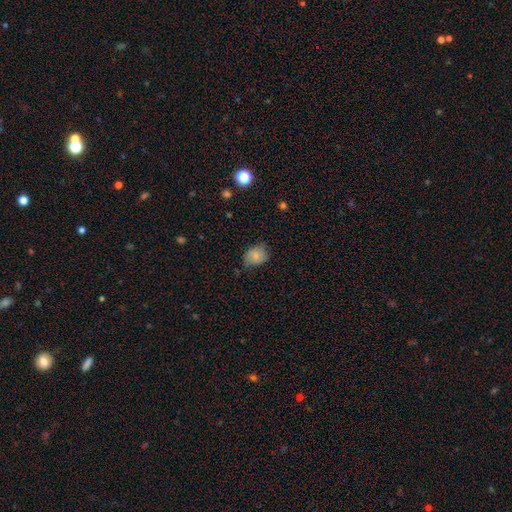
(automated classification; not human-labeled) A smooth galaxy with no disk features (78%) that is in between round and cigar-shaped (58%).

Vote fractions:
- Smooth or featured? smooth: 78% / featured or disk: 13% / star or artifact: 8%
- How rounded? in between: 58% / round: 41% / cigar-shaped: 1%
- Merging? none: 66% / minor disturbance: 27% / major disturbance: 5% / merger: 1%